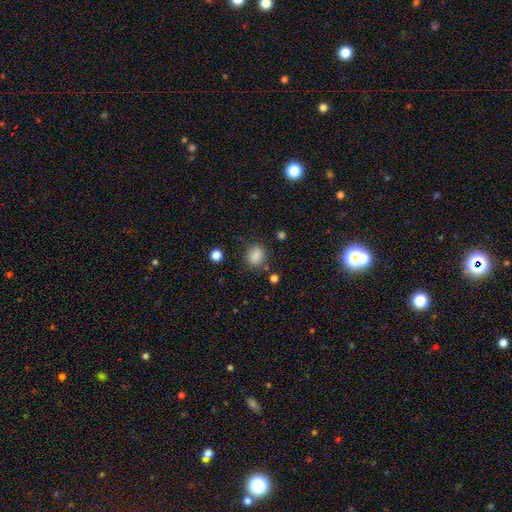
Smooth or featured? smooth (79%)
How rounded? in between (77%)
Merging? none (80%)